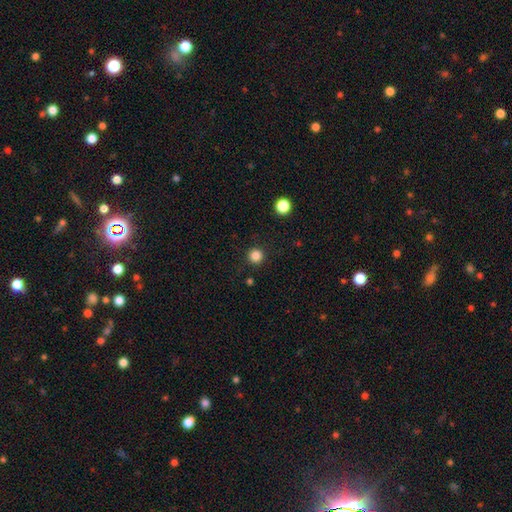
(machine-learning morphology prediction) Smooth or featured: smooth — 84% (star or artifact — 12%)
How rounded: round — 96% (in between — 3%)
Merging: none — 91% (minor disturbance — 5%)